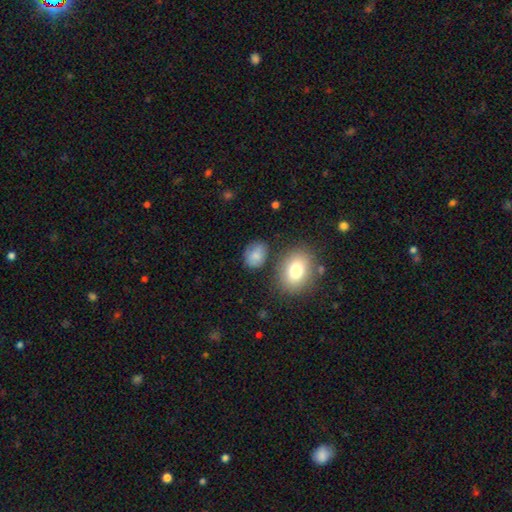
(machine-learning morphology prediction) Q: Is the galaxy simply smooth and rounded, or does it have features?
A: smooth — 78%.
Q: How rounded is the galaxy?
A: in between — 62%.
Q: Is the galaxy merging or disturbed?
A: none — 66%.